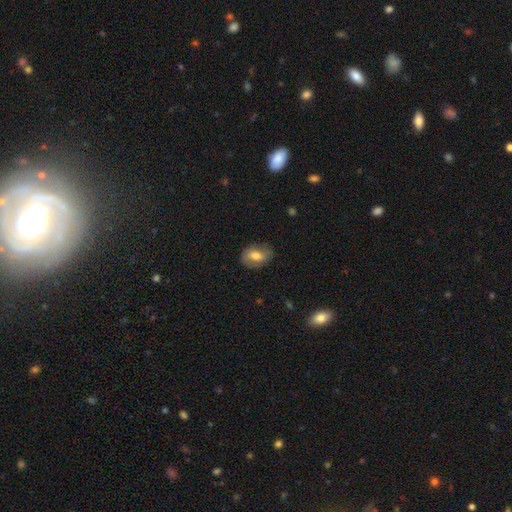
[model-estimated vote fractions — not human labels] Smooth or featured: smooth — 62% (featured or disk — 30%)
How rounded: in between — 74% (round — 24%)
Merging: none — 73% (minor disturbance — 19%)